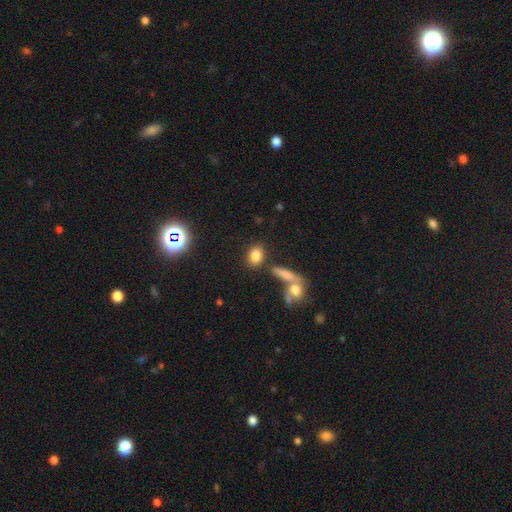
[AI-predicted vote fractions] Smooth or featured? Predicted: smooth (p=0.81). How rounded? Predicted: in between (p=0.63). Merging? Predicted: none (p=0.75).